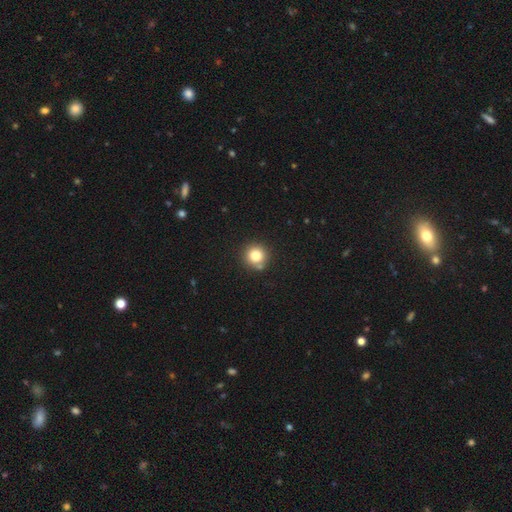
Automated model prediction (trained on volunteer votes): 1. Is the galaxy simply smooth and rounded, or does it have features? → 81% smooth, 12% star or artifact, 8% featured or disk.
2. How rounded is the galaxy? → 94% round, 5% in between, 1% cigar-shaped.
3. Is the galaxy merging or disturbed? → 80% none, 9% minor disturbance, 8% merger, 3% major disturbance.